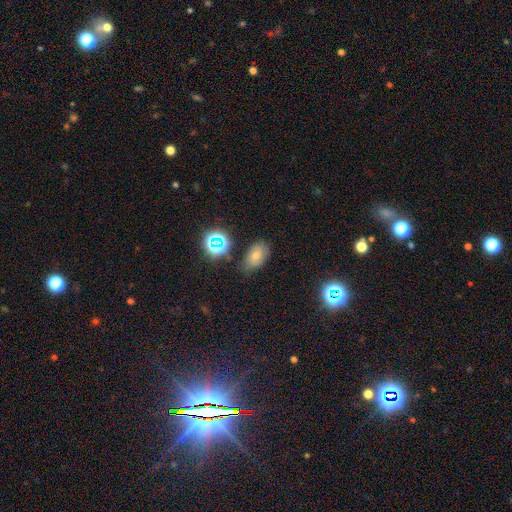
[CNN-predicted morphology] A smooth galaxy with no disk features (60%) that is in between round and cigar-shaped (83%). Merging: none (66%).